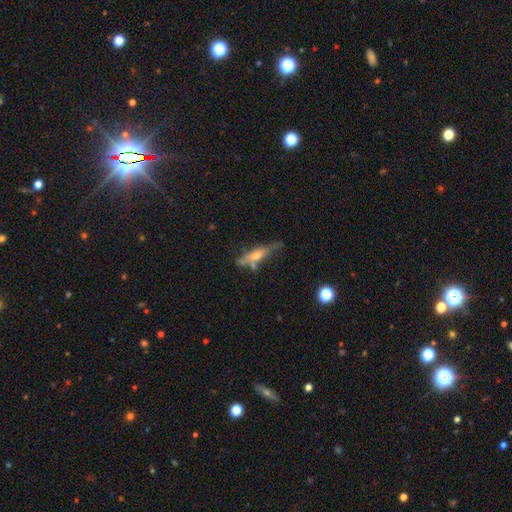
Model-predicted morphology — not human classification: This appears to be a featured or disk galaxy (56%) viewed edge-on (84%). Merging: none (59%).